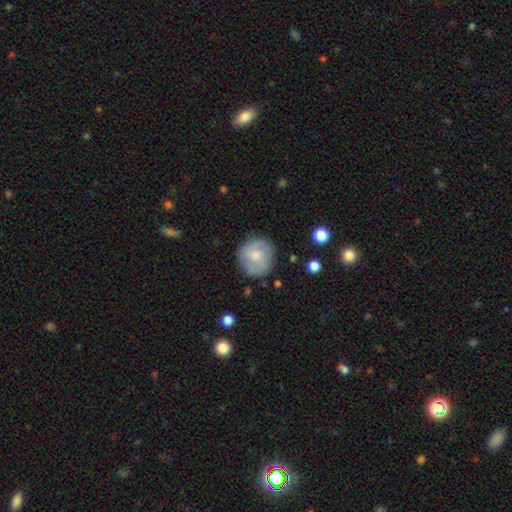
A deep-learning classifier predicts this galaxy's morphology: Smooth or featured? smooth (48%)
Merging? none (80%)